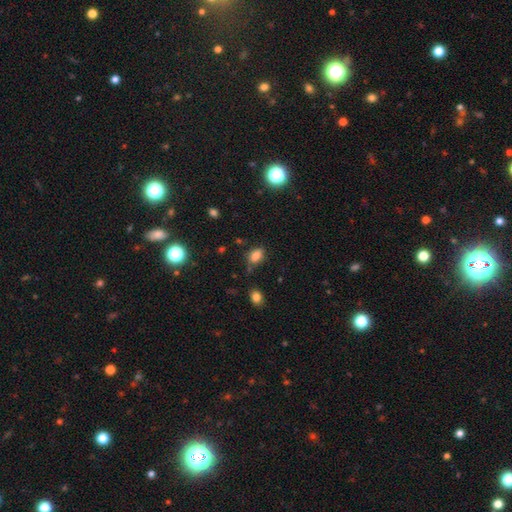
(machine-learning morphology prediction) This appears to be a smooth galaxy with no disk features (79%) that is in between round and cigar-shaped (82%). Merging: none (70%).